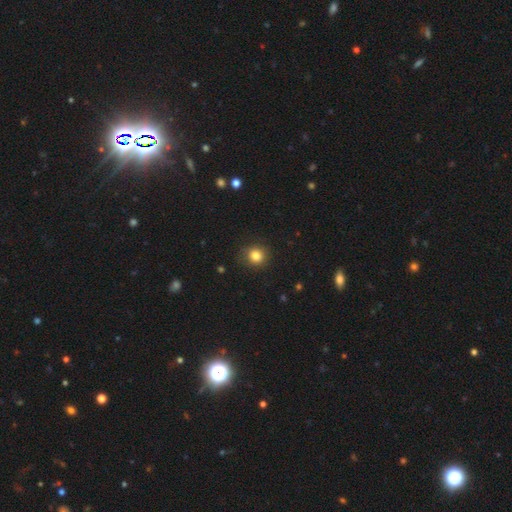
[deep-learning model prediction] smooth 83%, star or artifact 11%, featured or disk 6%. Down the decision tree: how rounded — round (88%); merging — none (85%).